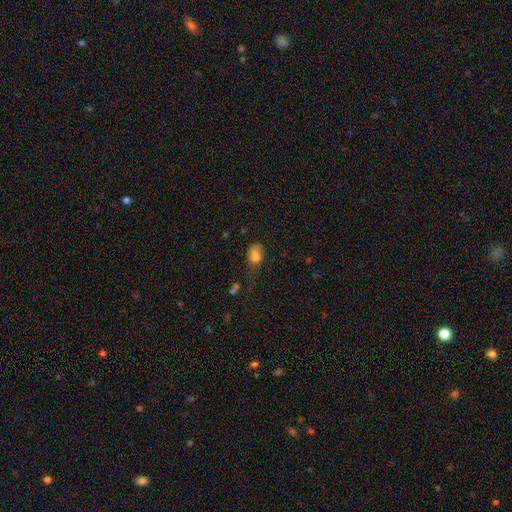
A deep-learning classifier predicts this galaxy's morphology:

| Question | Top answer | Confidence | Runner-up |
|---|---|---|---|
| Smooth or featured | smooth | 76% | featured or disk (13%) |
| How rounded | in between | 83% | round (15%) |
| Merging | none | 39% | minor disturbance (34%) |